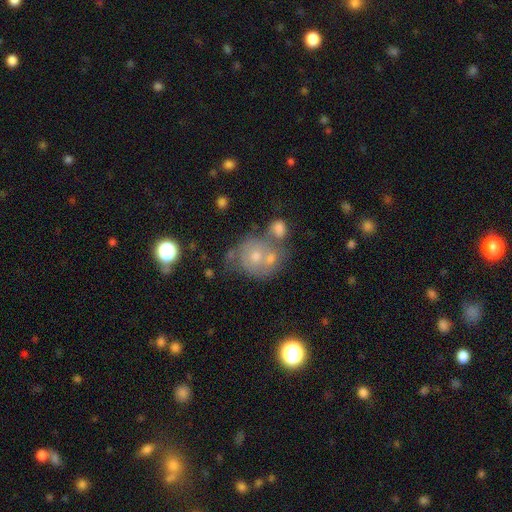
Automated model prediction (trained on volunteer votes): This is possibly a featured or disk galaxy (49%). Merging: marginally merger (40%).